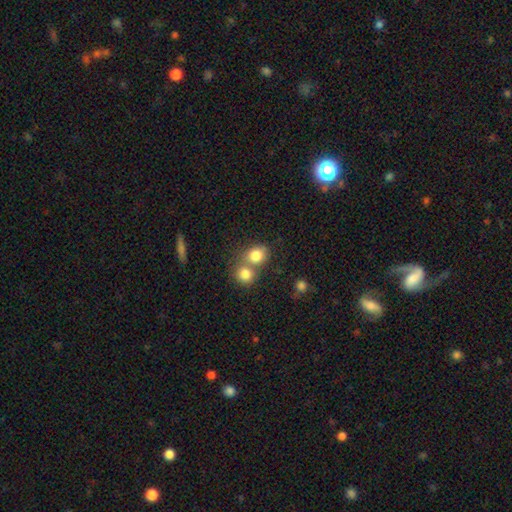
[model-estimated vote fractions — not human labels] This appears to be a smooth galaxy with no disk features (81%) that is round (67%). Merging: merger (49%).